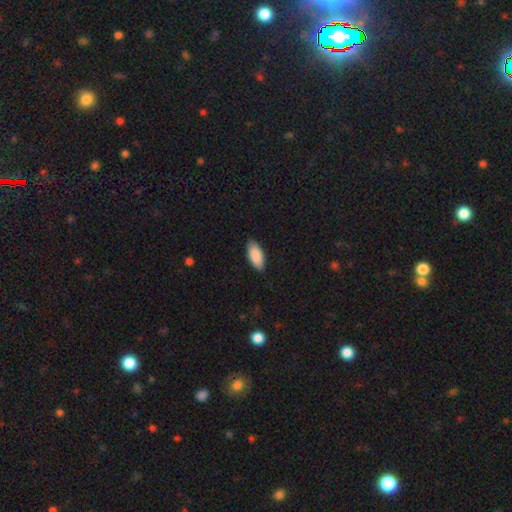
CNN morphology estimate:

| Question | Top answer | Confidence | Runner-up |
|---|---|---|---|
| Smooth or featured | smooth | 89% | star or artifact (6%) |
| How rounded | in between | 89% | cigar-shaped (10%) |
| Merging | none | 86% | minor disturbance (11%) |